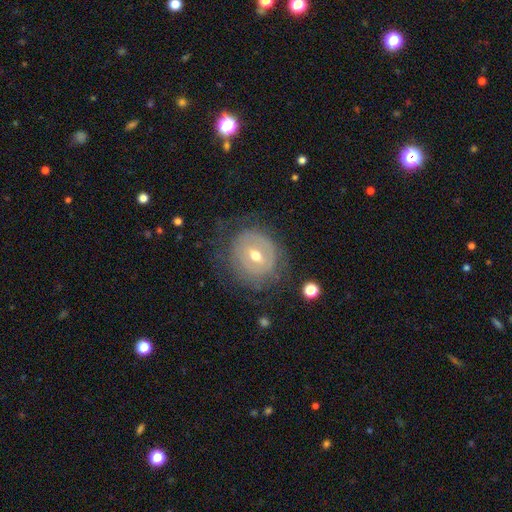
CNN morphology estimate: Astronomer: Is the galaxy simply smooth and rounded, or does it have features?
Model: featured or disk — 62%.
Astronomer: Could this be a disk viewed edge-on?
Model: no — 95%.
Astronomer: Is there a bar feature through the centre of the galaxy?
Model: no — 44% (runner-up: weak, 40%).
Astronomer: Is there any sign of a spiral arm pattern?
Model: no — 56% (runner-up: yes, 44%).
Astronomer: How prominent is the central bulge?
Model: moderate — 67%.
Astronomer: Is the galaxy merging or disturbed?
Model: none — 65%.